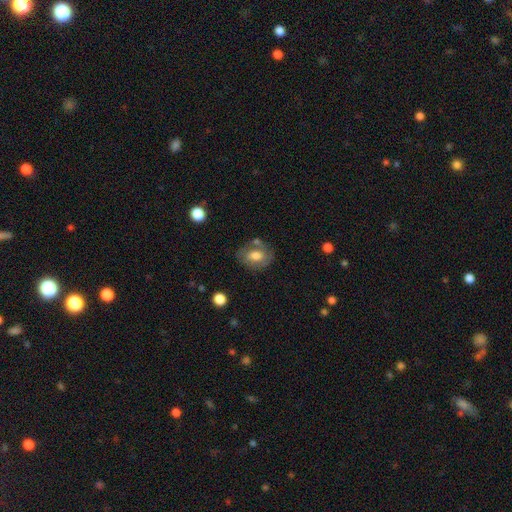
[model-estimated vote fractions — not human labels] Morphology: type=smooth (57%); roundness=in between (67%); merging=none (62%).